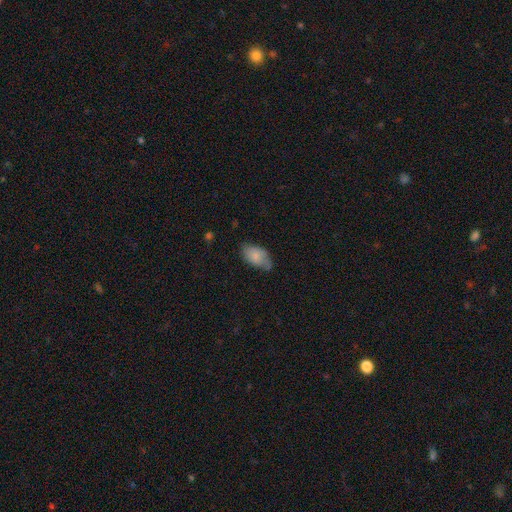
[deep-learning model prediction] smooth_or_featured: smooth (p=0.73) [alt: featured or disk p=0.20]
how_rounded: in between (p=0.93) [alt: round p=0.05]
merging: none (p=0.52) [alt: minor disturbance p=0.35]